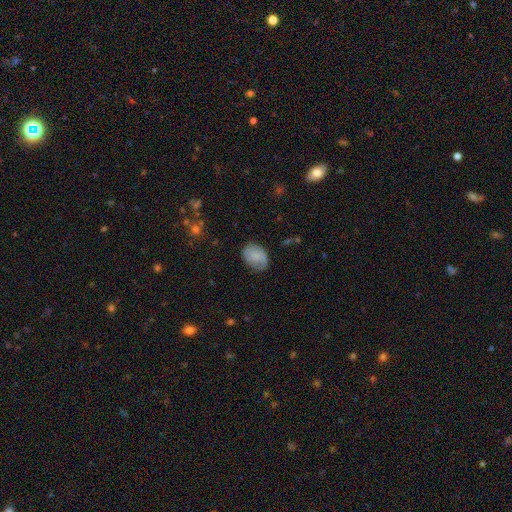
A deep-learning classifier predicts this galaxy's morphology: Overall: smooth (73%). How rounded: in between (75%). Merging: none (69%).